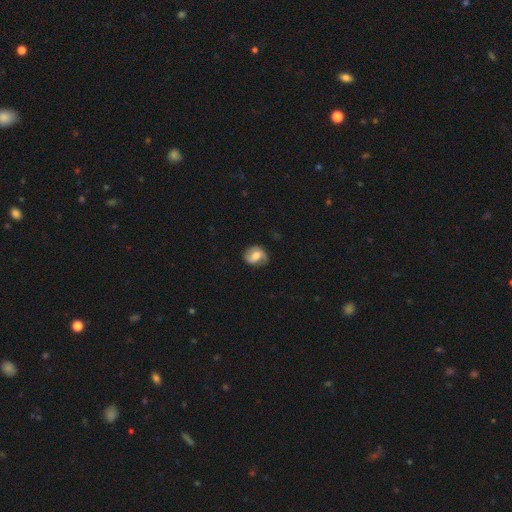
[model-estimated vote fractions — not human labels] A smooth galaxy with no disk features (48%). Merging: none (68%).